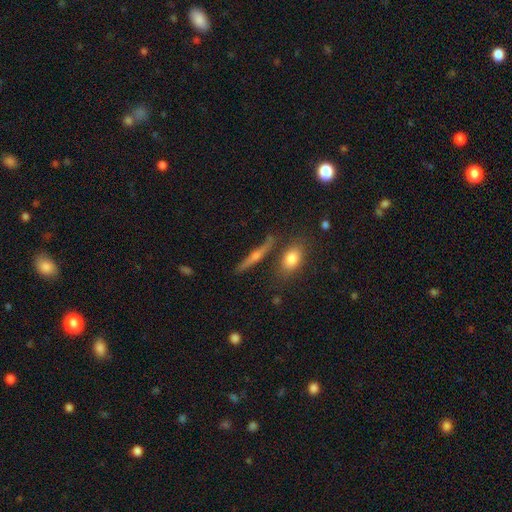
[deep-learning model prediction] This appears to be a featured or disk galaxy (63%) viewed edge-on (94%) with a rounded central bulge (84%). Merging: none (80%).